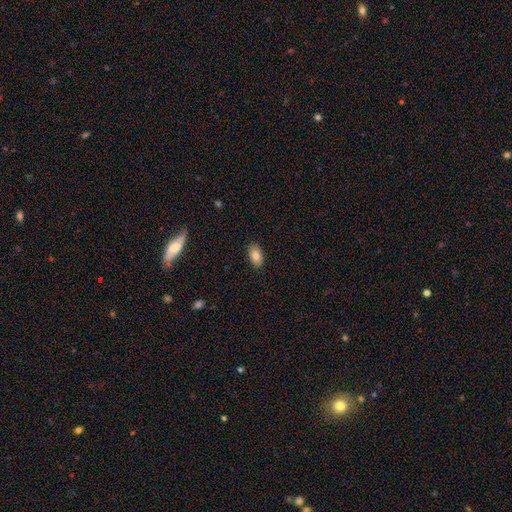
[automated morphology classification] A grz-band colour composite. It shows a smooth galaxy with no disk features (82%) that is in between round and cigar-shaped (93%). Merging: none (88%).